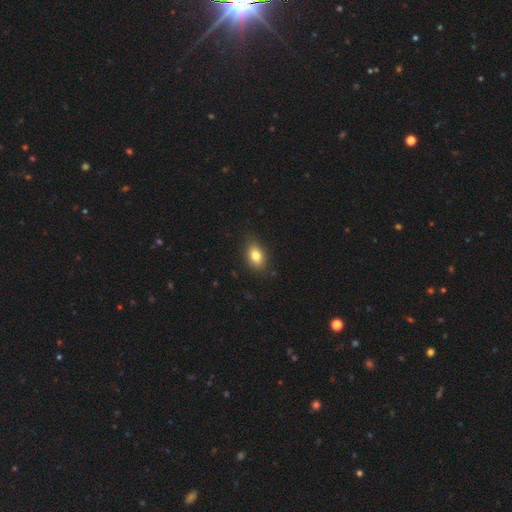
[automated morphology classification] smooth-or-featured: smooth: 80% | featured or disk: 11% | star or artifact: 9%
  how-rounded: in between: 84% | round: 14% | cigar-shaped: 2%
  merging: none: 85% | minor disturbance: 12% | major disturbance: 2% | merger: 1%